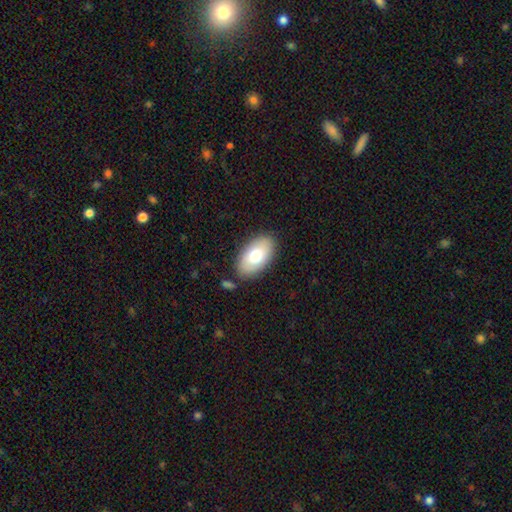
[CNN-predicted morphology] The model was most divided on "smooth or featured": smooth: 73%, featured or disk: 21%, star or artifact: 7%. More confident: how rounded — in between (94%); merging — none (83%).